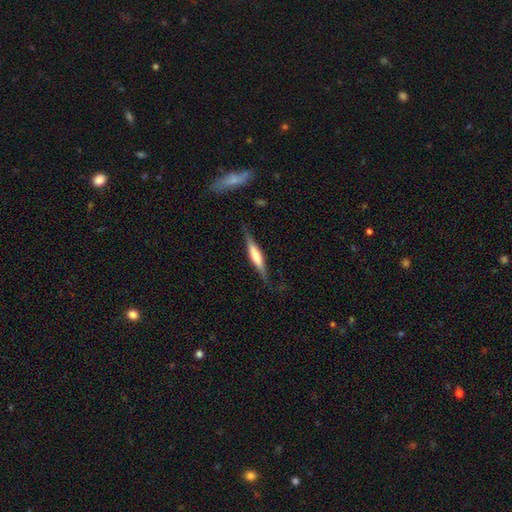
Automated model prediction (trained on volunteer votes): Smooth or featured? Predicted: featured or disk (p=0.51). Edge-on disk? Predicted: yes (p=0.93). Merging? Predicted: none (p=0.76).